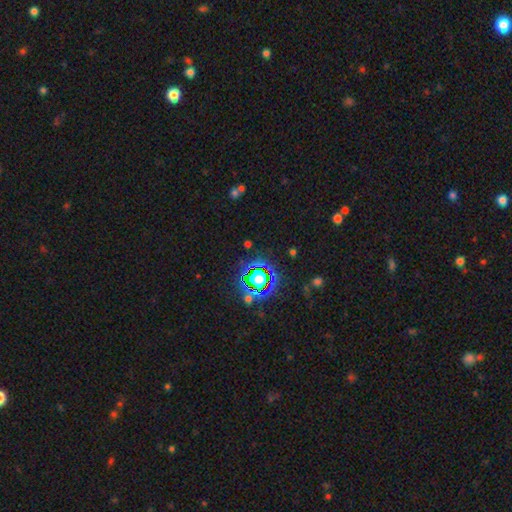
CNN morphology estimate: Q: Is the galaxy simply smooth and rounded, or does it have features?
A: star or artifact — 76%.